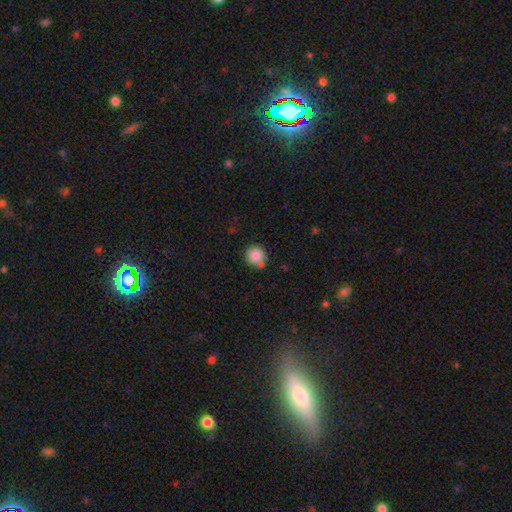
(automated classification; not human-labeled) smooth_or_featured: smooth (p=0.86) [alt: star or artifact p=0.09]
how_rounded: round (p=0.93) [alt: in between p=0.06]
merging: none (p=0.72) [alt: minor disturbance p=0.16]